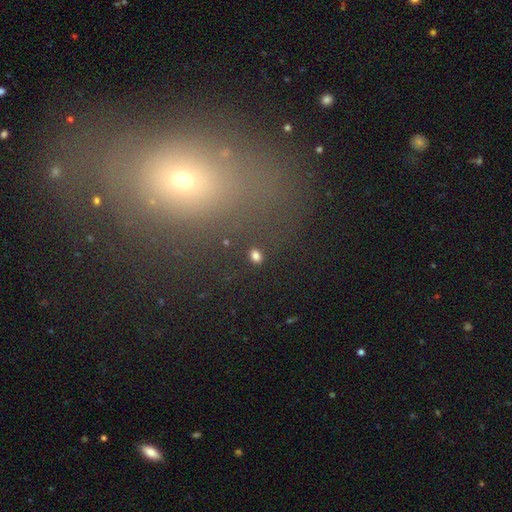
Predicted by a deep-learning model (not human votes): Smooth or featured: smooth — 79% (star or artifact — 15%)
How rounded: in between — 63% (round — 36%)
Merging: none — 86% (minor disturbance — 8%)